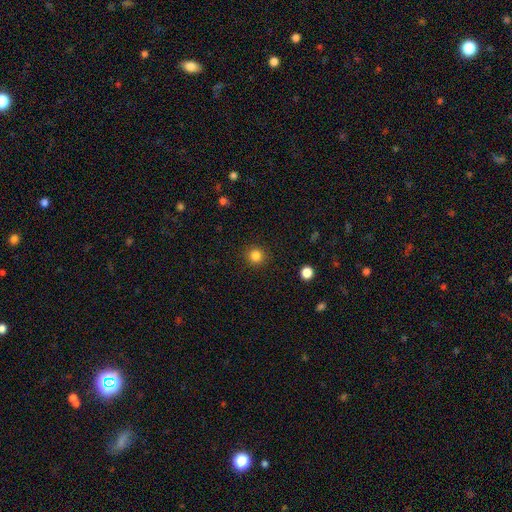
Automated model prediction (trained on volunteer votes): The model was most divided on "smooth or featured": smooth: 83%, star or artifact: 12%, featured or disk: 4%. More confident: how rounded — round (93%); merging — none (91%).